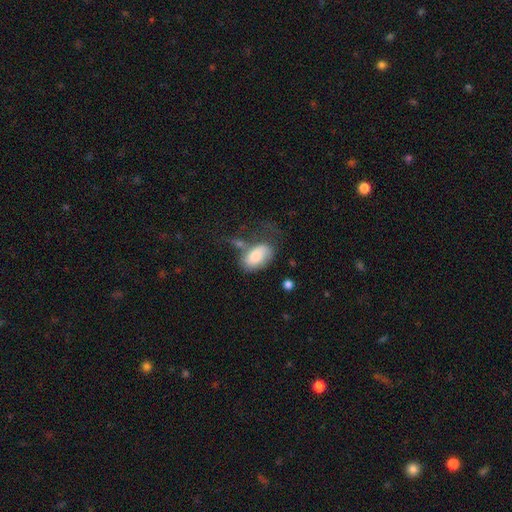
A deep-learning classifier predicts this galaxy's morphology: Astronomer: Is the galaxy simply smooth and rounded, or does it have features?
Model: smooth — 70%.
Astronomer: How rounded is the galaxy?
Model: in between — 91%.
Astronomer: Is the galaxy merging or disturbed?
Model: none — 37% (runner-up: minor disturbance, 26%).